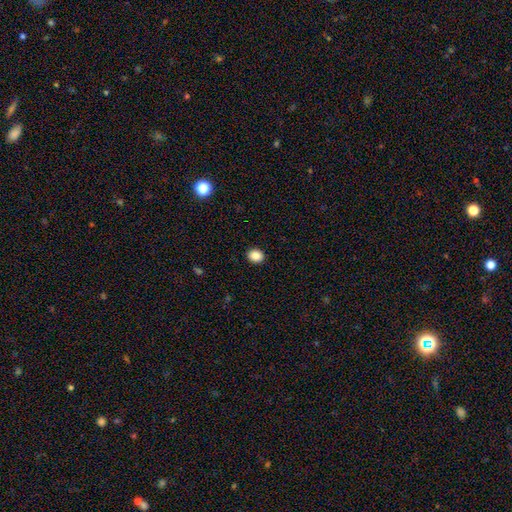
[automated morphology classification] This is clearly a smooth galaxy (87%). How rounded: likely round (64%). Merging: clearly none (91%).